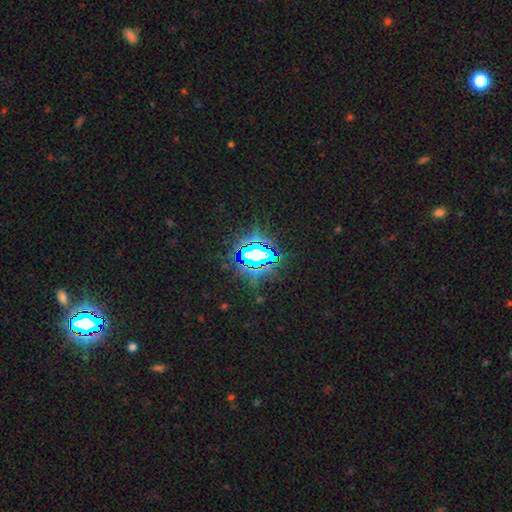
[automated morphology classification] The model was most divided on "smooth or featured": star or artifact: 79%, featured or disk: 11%, smooth: 10%.